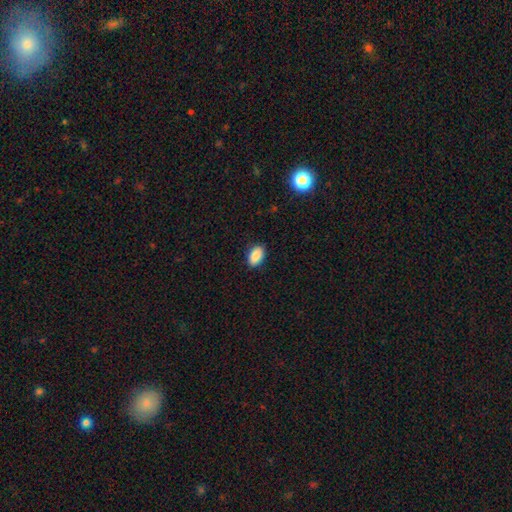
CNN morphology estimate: A smooth galaxy with no disk features (89%) that is in between round and cigar-shaped (92%). Merging: none (89%).